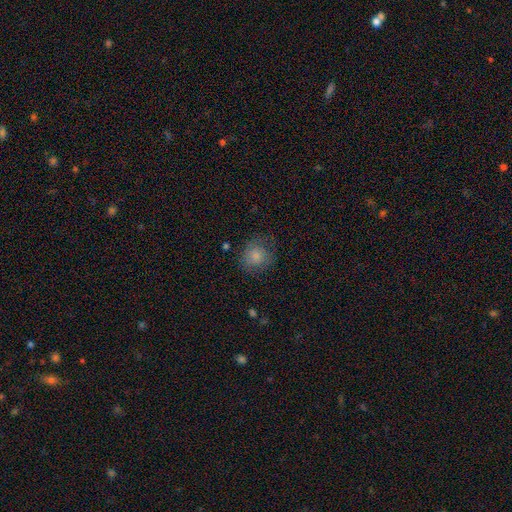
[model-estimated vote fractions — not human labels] Smooth or featured? Predicted: smooth (p=0.82). How rounded? Predicted: round (p=0.83). Merging? Predicted: none (p=0.69).